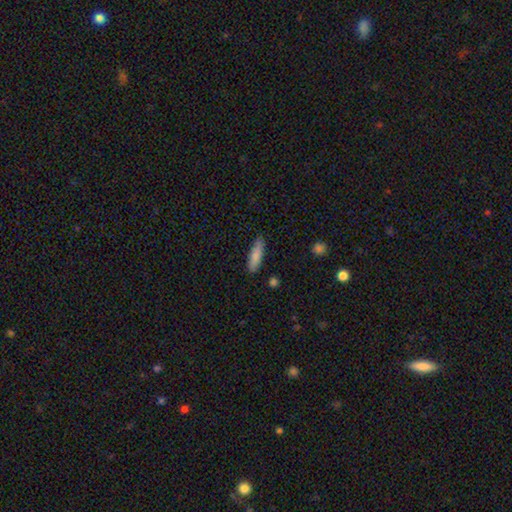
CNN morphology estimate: A smooth galaxy with no disk features (84%) that is cigar-shaped (63%). Merging: none (84%).